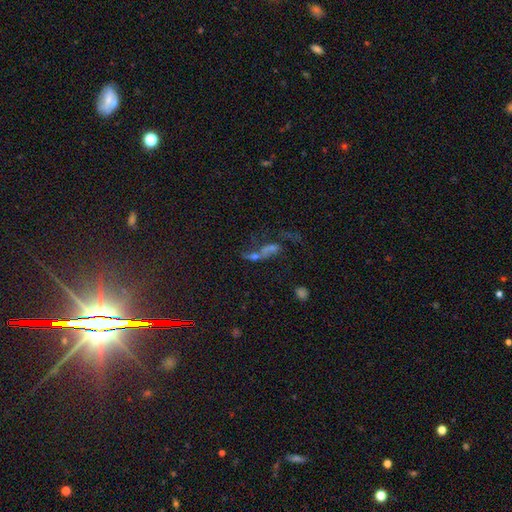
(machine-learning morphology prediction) Smooth or featured? Predicted: star or artifact (p=0.41).